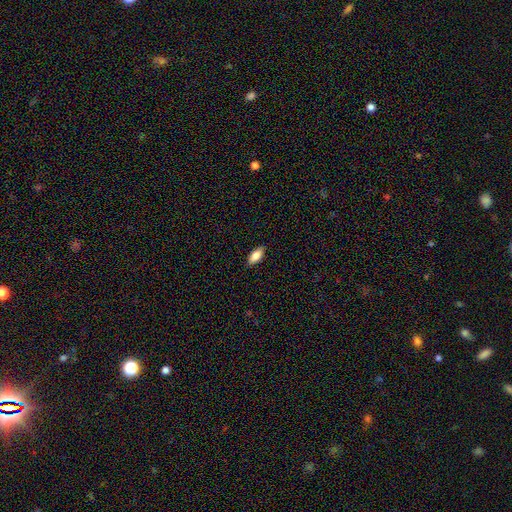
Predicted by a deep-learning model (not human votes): A smooth galaxy with no disk features (77%) that is in between round and cigar-shaped (82%).

Vote fractions:
- Smooth or featured? smooth: 77% / featured or disk: 16% / star or artifact: 7%
- How rounded? in between: 82% / cigar-shaped: 16% / round: 3%
- Merging? none: 88% / minor disturbance: 9% / major disturbance: 2% / merger: 1%